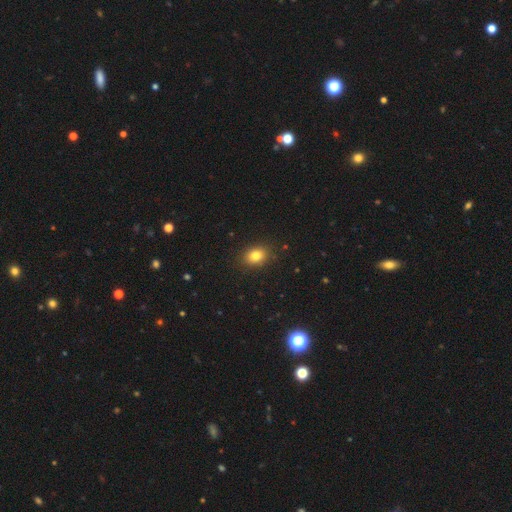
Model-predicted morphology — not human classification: This appears to be a smooth galaxy with no disk features (82%) that is in between round and cigar-shaped (63%). Merging: none (88%).